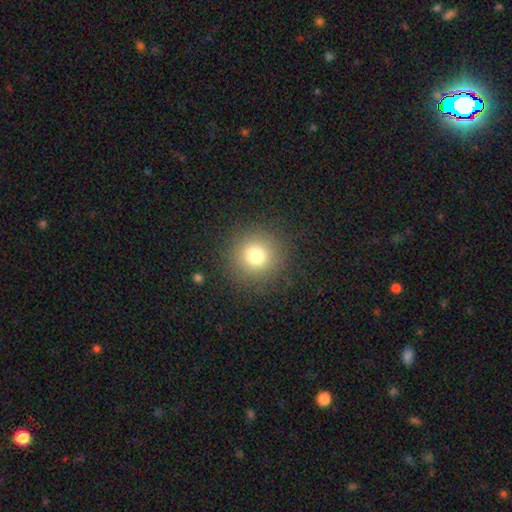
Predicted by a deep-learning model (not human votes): Q: Smooth or featured?
A: smooth (77%); runner-up: star or artifact (14%)
Q: How rounded?
A: round (94%); runner-up: in between (5%)
Q: Merging?
A: none (88%); runner-up: minor disturbance (7%)